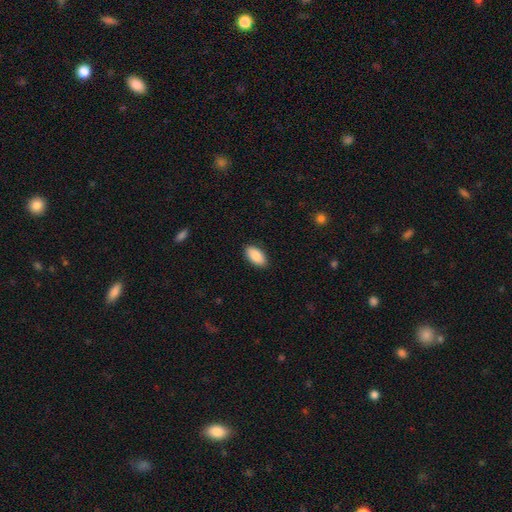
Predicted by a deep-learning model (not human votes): The model was most divided on "merging": none: 89%, minor disturbance: 8%, major disturbance: 2%, merger: 1%. More confident: how rounded — in between (95%); smooth or featured — smooth (89%).